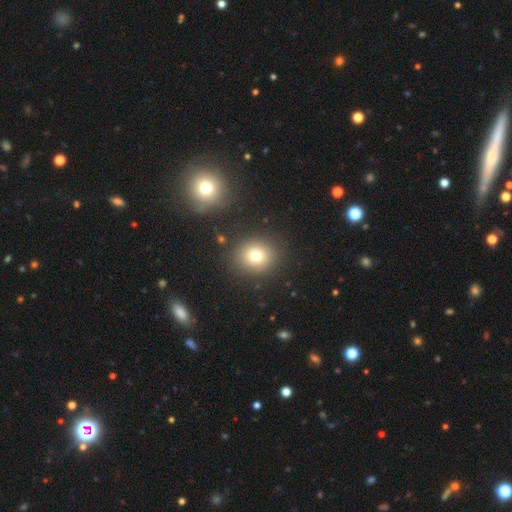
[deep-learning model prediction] Morphology: type=smooth (76%); roundness=round (80%); merging=none (85%).